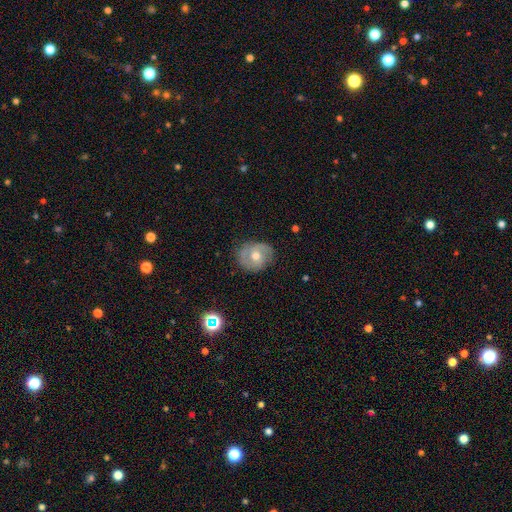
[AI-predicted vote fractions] This is possibly a featured or disk galaxy (55%). It is clearly not viewed edge-on (96%). Bar: likely no (66%). Spiral arm pattern: likely yes (74%). Central bulge: likely moderate (78%). Merging: likely none (73%).